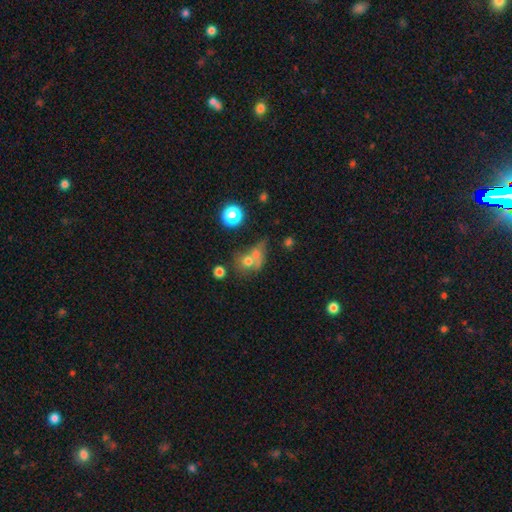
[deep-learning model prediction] Overall: smooth (49%; star or artifact 26%). Merging: merger (38%; none 37%).